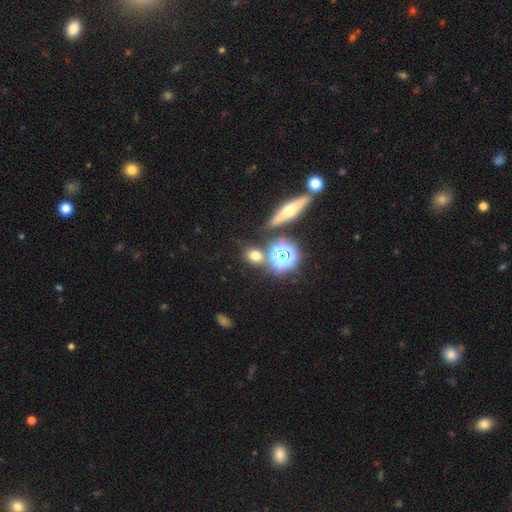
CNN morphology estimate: Smooth or featured: smooth — 64% (star or artifact — 26%)
How rounded: round — 57% (in between — 39%)
Merging: none — 77% (merger — 10%)